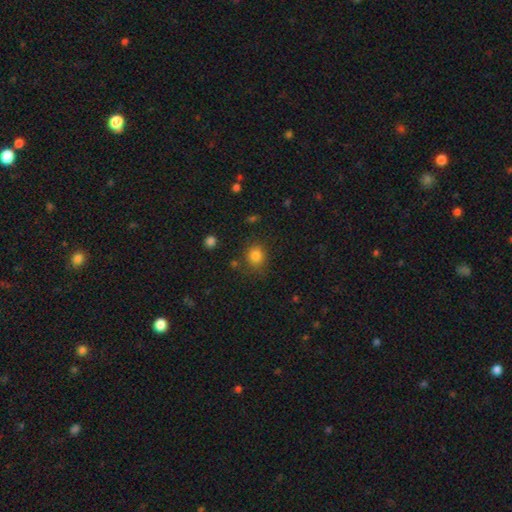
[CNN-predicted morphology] Smooth or featured: smooth — 82% (star or artifact — 12%)
How rounded: round — 78% (in between — 21%)
Merging: none — 77% (minor disturbance — 14%)